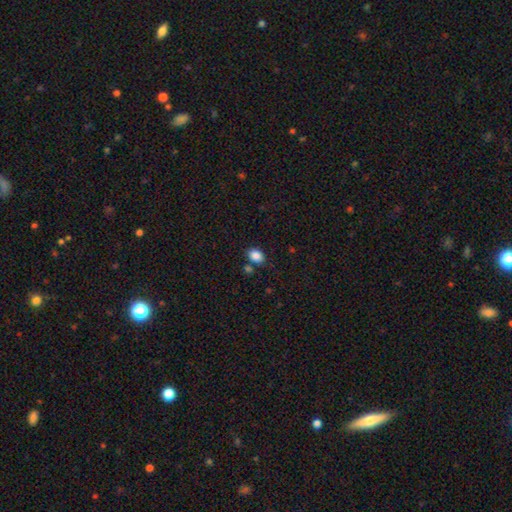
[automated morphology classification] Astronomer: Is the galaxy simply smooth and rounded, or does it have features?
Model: smooth — 86%.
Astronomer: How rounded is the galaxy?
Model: in between — 66%.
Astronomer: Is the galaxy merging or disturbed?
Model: none — 74%.